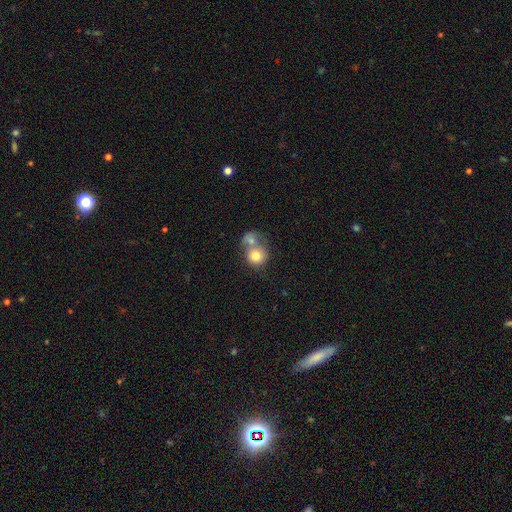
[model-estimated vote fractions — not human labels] Smooth or featured? smooth (77%)
How rounded? round (81%)
Merging? merger (60%)